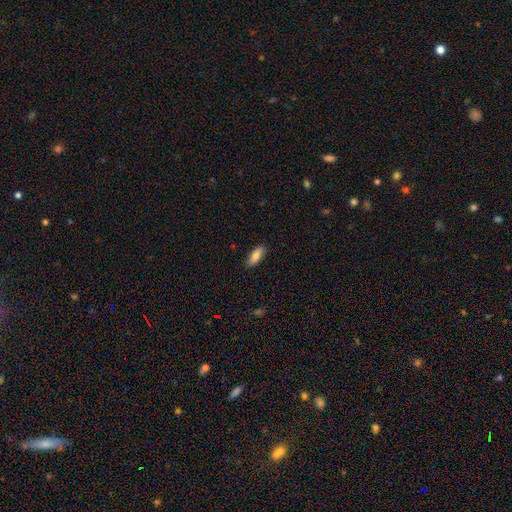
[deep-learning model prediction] A smooth galaxy with no disk features (82%) that is in between round and cigar-shaped (69%). Merging: none (88%).